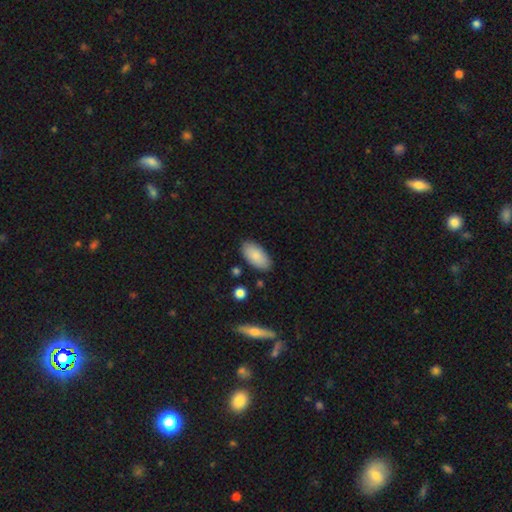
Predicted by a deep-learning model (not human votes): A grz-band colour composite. It shows a smooth galaxy with no disk features (87%) that is in between round and cigar-shaped (95%). Merging: none (86%).